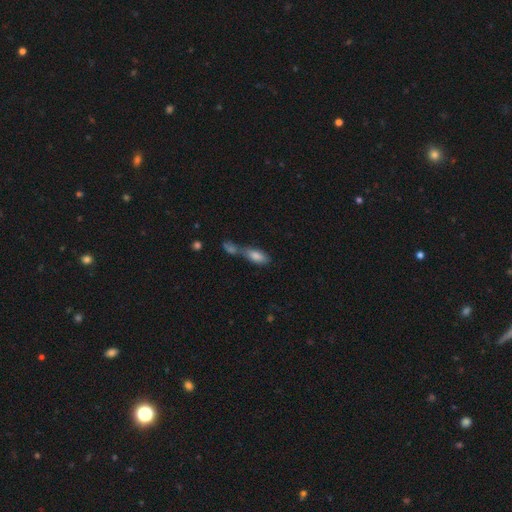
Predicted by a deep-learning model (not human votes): A smooth galaxy with no disk features (78%) that is in between round and cigar-shaped (75%). Merging: merger (60%).